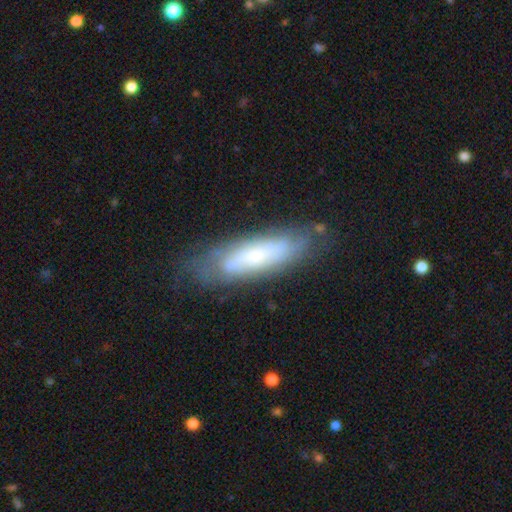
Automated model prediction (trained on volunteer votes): Smooth or featured? featured or disk (53%)
Edge-on disk? no (69%)
Merging? none (69%)